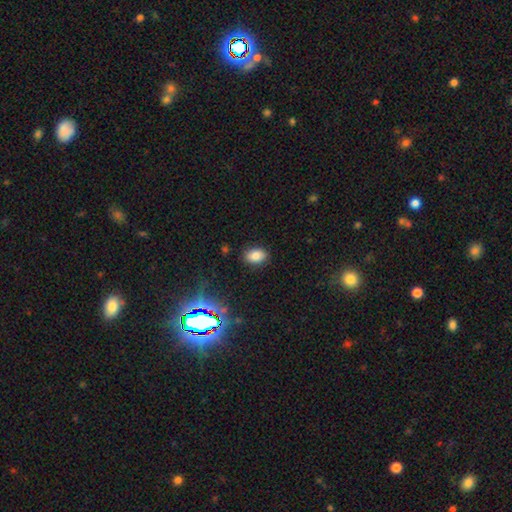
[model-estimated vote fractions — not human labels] Smooth or featured: smooth — 80% (star or artifact — 12%)
How rounded: in between — 79% (round — 20%)
Merging: none — 86% (minor disturbance — 10%)